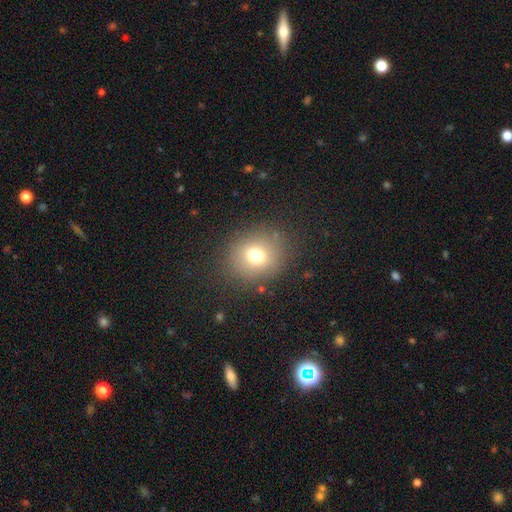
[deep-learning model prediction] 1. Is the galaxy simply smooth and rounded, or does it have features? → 72% smooth, 16% star or artifact, 13% featured or disk.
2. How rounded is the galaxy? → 74% round, 26% in between, 1% cigar-shaped.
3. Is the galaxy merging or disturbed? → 83% none, 10% minor disturbance, 5% major disturbance, 2% merger.